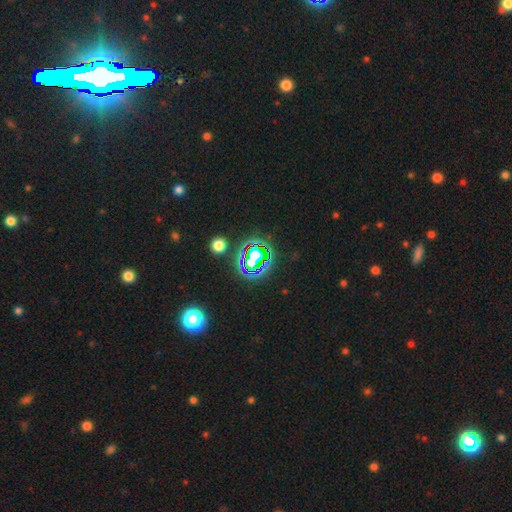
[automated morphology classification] The model was most divided on "smooth or featured": star or artifact: 69%, smooth: 18%, featured or disk: 13%.